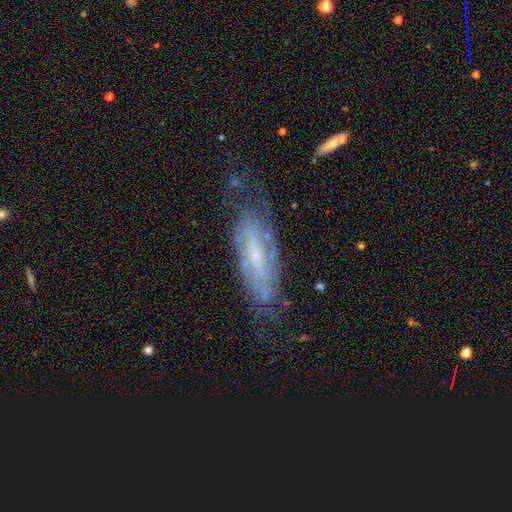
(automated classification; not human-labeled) Smooth or featured: featured or disk — 71% (smooth — 20%)
Edge-on disk: no — 73% (yes — 27%)
Bar: weak — 43% (no — 40%)
Spiral arms: yes — 79% (no — 21%)
Bulge size: small — 53% (moderate — 28%)
Merging: none — 63% (minor disturbance — 24%)